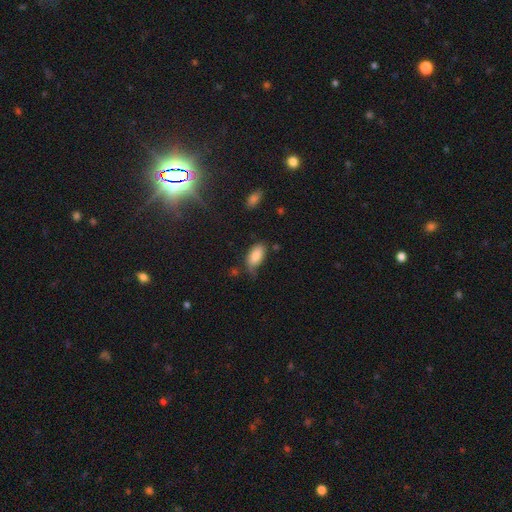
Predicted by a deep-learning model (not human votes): smooth 83%, featured or disk 10%, star or artifact 7%. Down the decision tree: how rounded — in between (93%); merging — none (52%).